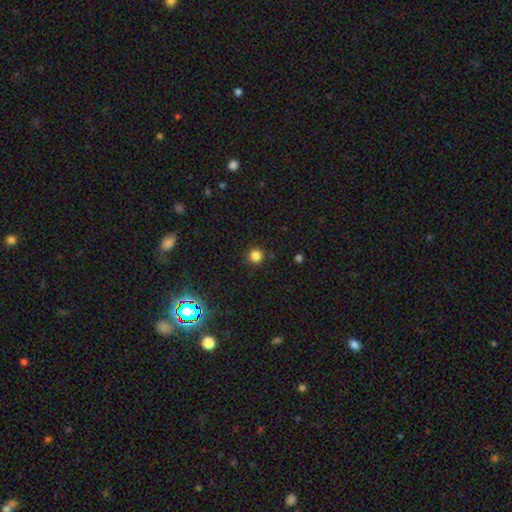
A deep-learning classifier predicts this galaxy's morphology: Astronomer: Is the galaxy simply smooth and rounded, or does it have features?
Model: smooth — 82%.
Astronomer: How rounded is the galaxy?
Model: round — 96%.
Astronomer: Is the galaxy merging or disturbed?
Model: none — 92%.